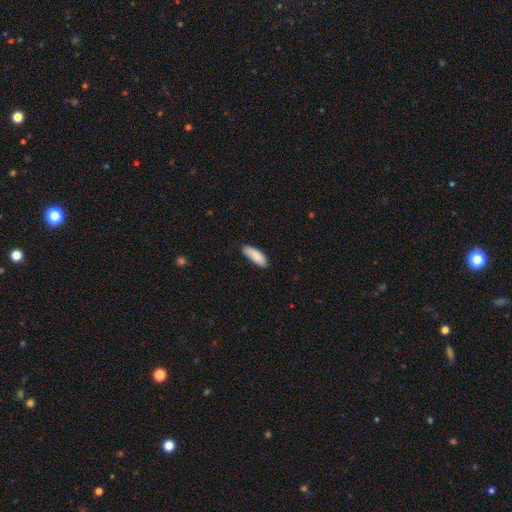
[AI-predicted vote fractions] Smooth or featured? smooth (88%)
How rounded? in between (68%)
Merging? none (81%)